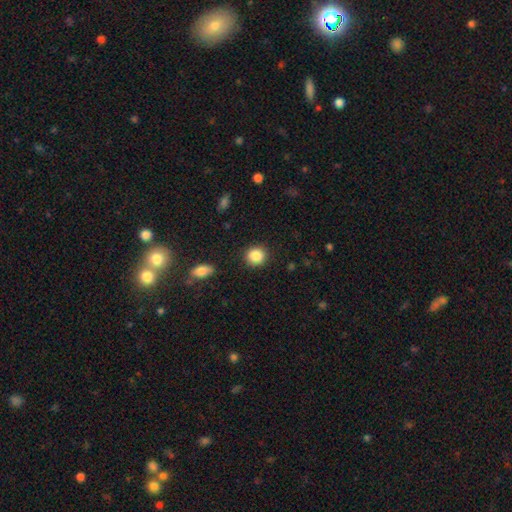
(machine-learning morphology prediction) Smooth or featured? smooth (88%)
How rounded? round (84%)
Merging? none (89%)